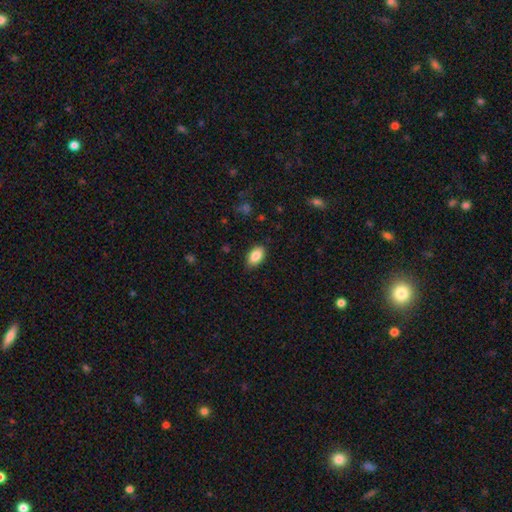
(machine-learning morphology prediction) This is clearly a smooth galaxy (87%). How rounded: clearly in between (93%). Merging: clearly none (85%).